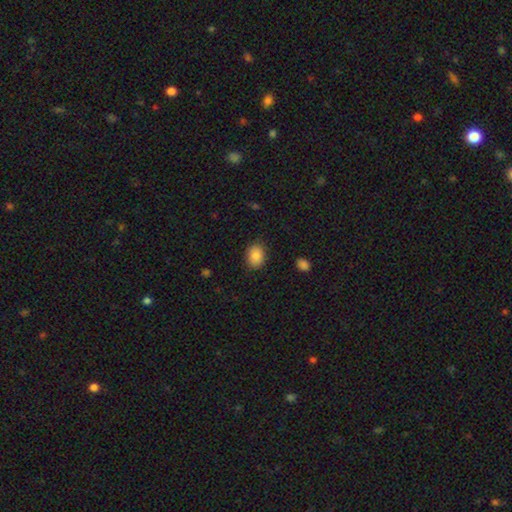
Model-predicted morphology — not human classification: This is clearly a smooth galaxy (88%). How rounded: likely in between (62%). Merging: clearly none (85%).